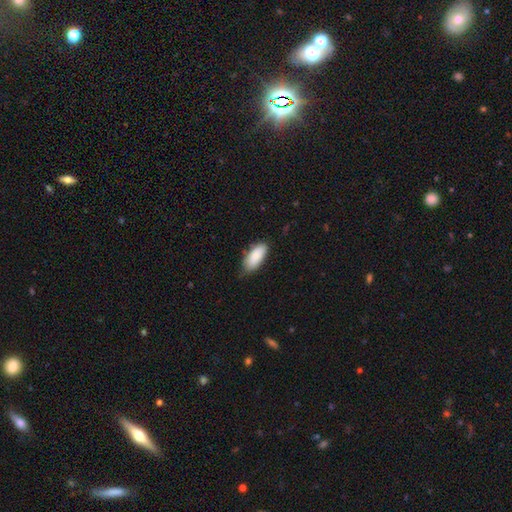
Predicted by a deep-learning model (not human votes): Overall: smooth (87%). How rounded: in between (88%). Merging: none (67%; minor disturbance 28%).